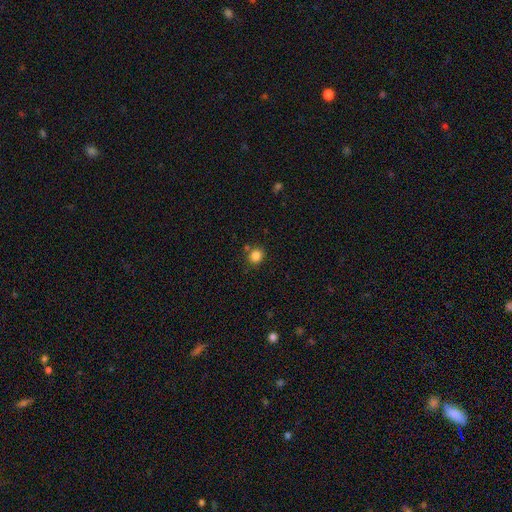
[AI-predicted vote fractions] Smooth or featured: smooth — 84% (star or artifact — 12%)
How rounded: round — 86% (in between — 13%)
Merging: none — 79% (minor disturbance — 10%)